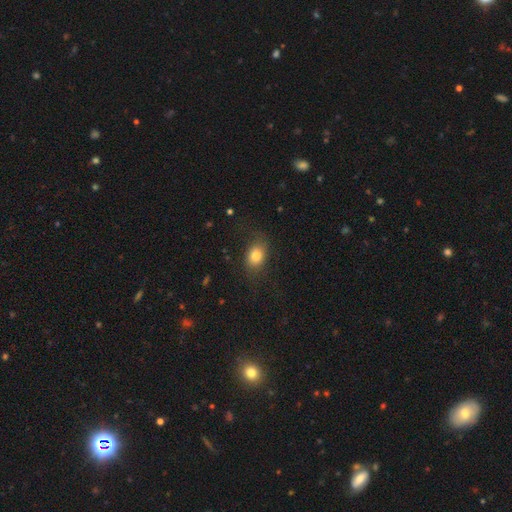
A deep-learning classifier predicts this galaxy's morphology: This appears to be a smooth galaxy with no disk features (79%) that is in between round and cigar-shaped (67%). Merging: none (72%).